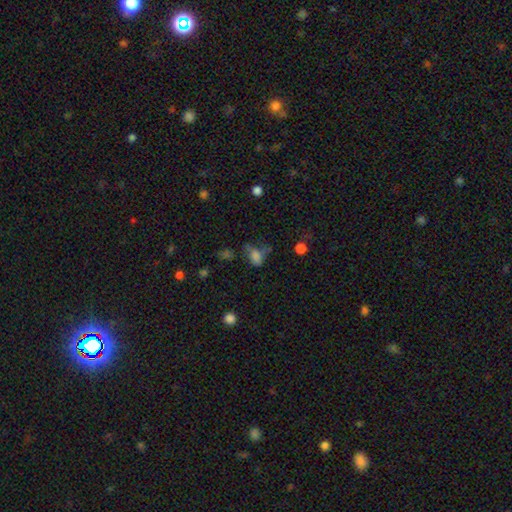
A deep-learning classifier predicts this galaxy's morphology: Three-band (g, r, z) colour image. It shows a smooth galaxy with no disk features (69%) that is in between round and cigar-shaped (78%). Merging: none (33%).